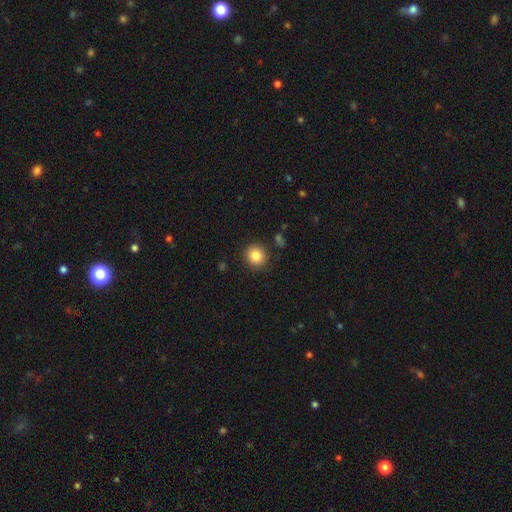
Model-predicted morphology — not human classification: Smooth or featured?
  - smooth: 85% *
  - star or artifact: 10%
  - featured or disk: 5%
How rounded?
  - round: 90% *
  - in between: 9%
  - cigar-shaped: 1%
Merging?
  - none: 89% *
  - minor disturbance: 7%
  - major disturbance: 2%
  - merger: 2%